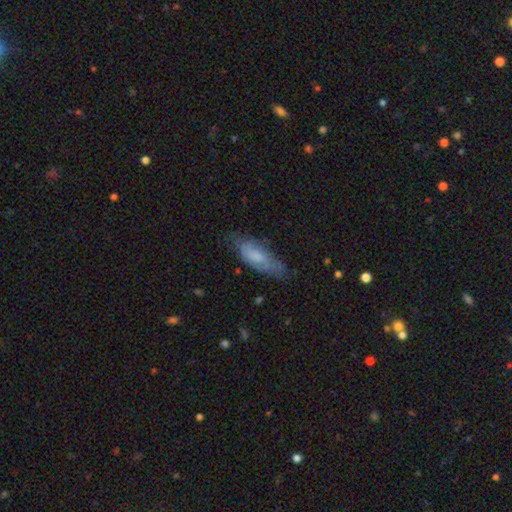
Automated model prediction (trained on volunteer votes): Smooth or featured?
  - smooth: 61% *
  - featured or disk: 32%
  - star or artifact: 7%
How rounded?
  - in between: 63% *
  - cigar-shaped: 35%
  - round: 2%
Merging?
  - none: 61% *
  - minor disturbance: 28%
  - major disturbance: 9%
  - merger: 2%